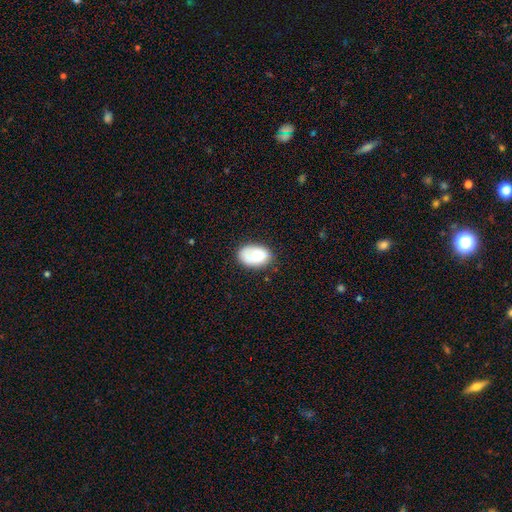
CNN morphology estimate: type=smooth (78%); roundness=in between (87%); merging=none (71%).